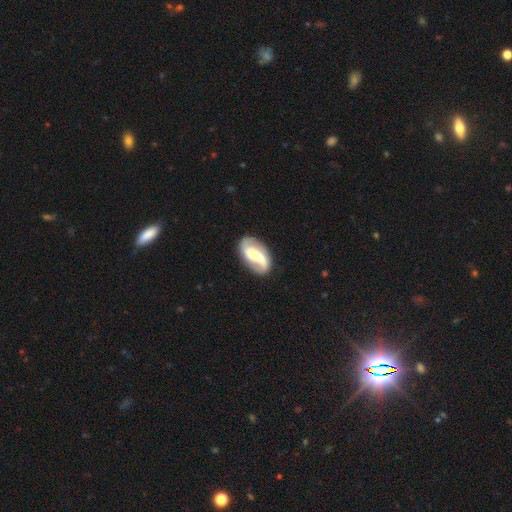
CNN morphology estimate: Smooth or featured? featured or disk (75%)
Edge-on disk? no (96%)
Bar? weak (39%)
Spiral arms? yes (92%)
Spiral winding? loose (43%)
Spiral arm count? 2 (87%)
Bulge size? moderate (33%)
Merging? none (75%)